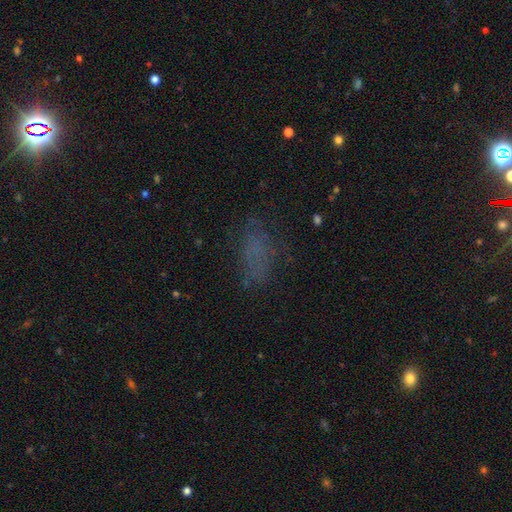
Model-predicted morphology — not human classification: Smooth or featured? Predicted: smooth (p=0.53). How rounded? Predicted: in between (p=0.82). Merging? Predicted: none (p=0.64).